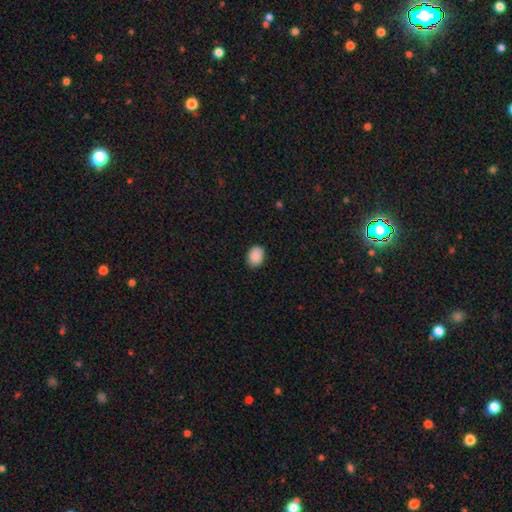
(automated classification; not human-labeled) smooth-or-featured: smooth: 90% | star or artifact: 8% | featured or disk: 3%
  how-rounded: in between: 67% | round: 32% | cigar-shaped: 1%
  merging: none: 86% | minor disturbance: 11% | major disturbance: 2% | merger: 1%